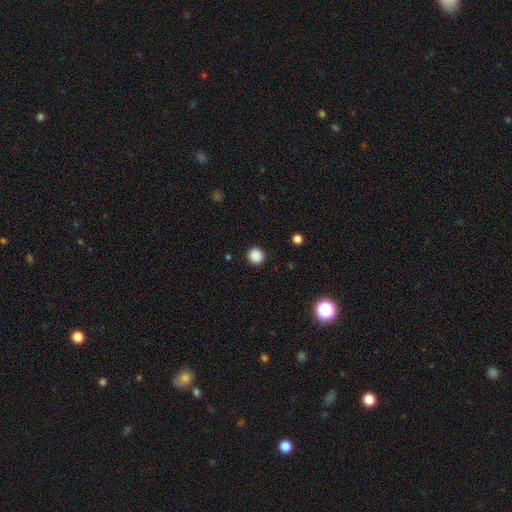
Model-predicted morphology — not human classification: type=smooth (88%); roundness=round (93%); merging=none (92%).